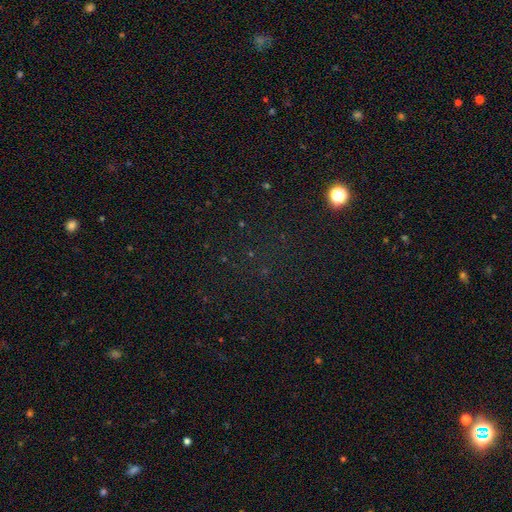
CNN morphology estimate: smooth_or_featured: star or artifact (p=0.70) [alt: smooth p=0.21]